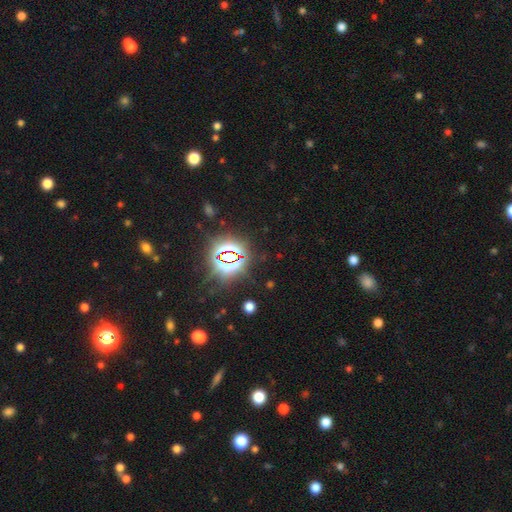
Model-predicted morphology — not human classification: This appears to be a star or artifact, not a galaxy (79%).